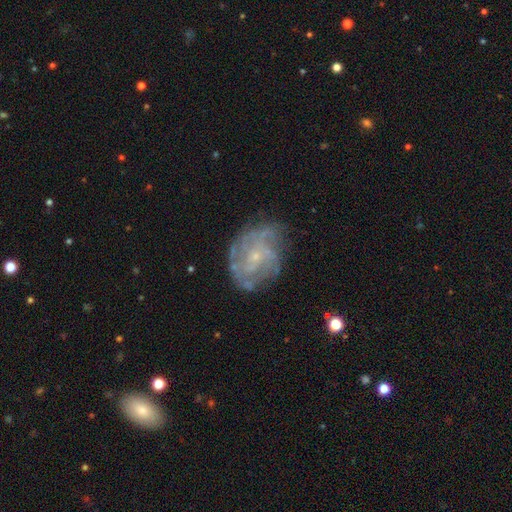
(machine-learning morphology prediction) featured or disk 81%, smooth 11%, star or artifact 8%. Down the decision tree: edge-on disk — no (97%); bar — no (69%); spiral arms — yes (90%); spiral arm count — can't tell (37%); spiral winding — tight (54%); bulge size — small (79%); merging — none (69%).